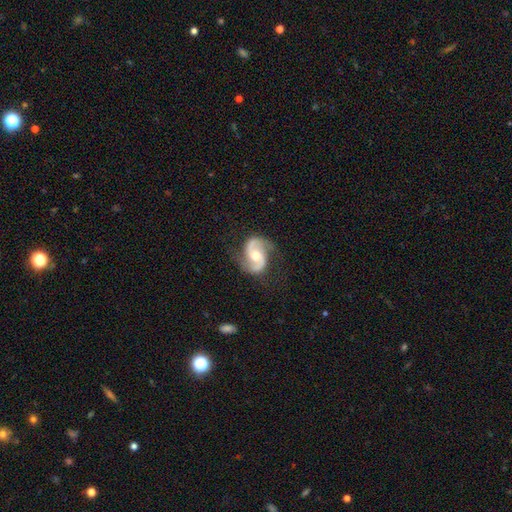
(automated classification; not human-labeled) Overall: featured or disk (91%). Edge-on disk: no (98%). Bar: no (52%; weak 37%). Spiral arms: yes (98%). Spiral arm count: 2 (94%). Spiral winding: medium (56%; loose 29%). Bulge size: moderate (74%). Merging: none (78%).